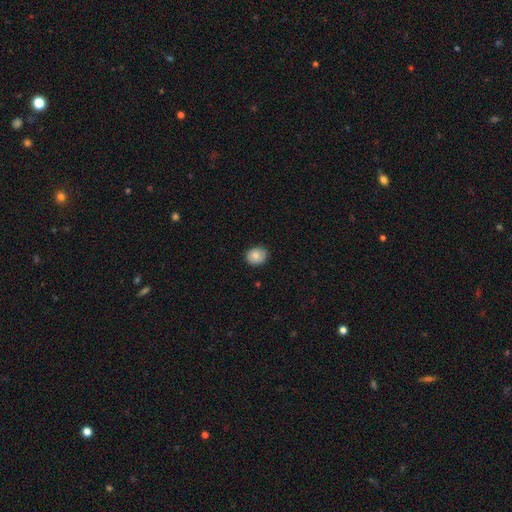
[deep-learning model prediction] Smooth or featured? smooth (80%)
How rounded? round (59%)
Merging? none (84%)